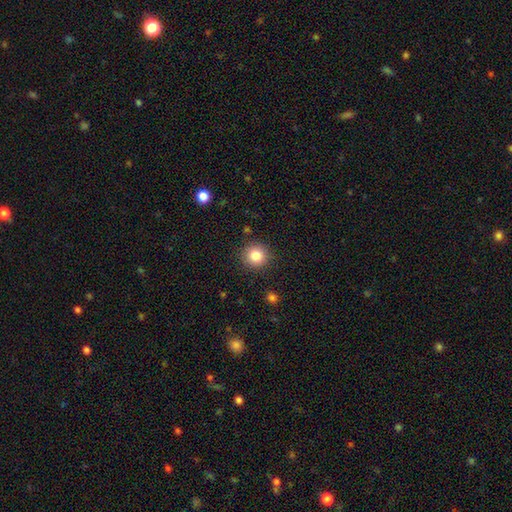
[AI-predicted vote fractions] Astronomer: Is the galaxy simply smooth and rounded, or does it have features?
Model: smooth — 83%.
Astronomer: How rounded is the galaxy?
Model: round — 93%.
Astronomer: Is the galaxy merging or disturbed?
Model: none — 90%.